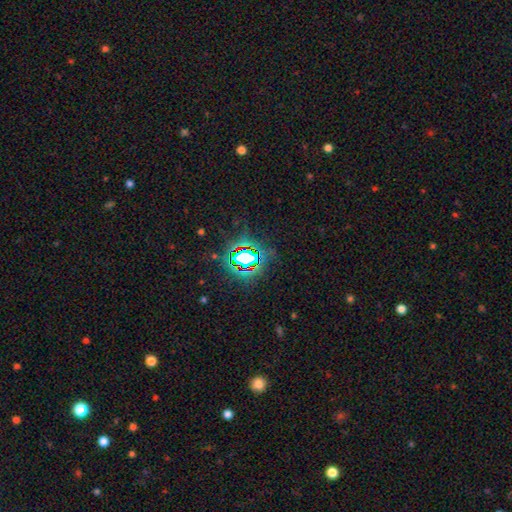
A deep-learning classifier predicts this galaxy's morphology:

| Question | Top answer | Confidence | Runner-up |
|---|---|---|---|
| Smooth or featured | star or artifact | 78% | smooth (13%) |